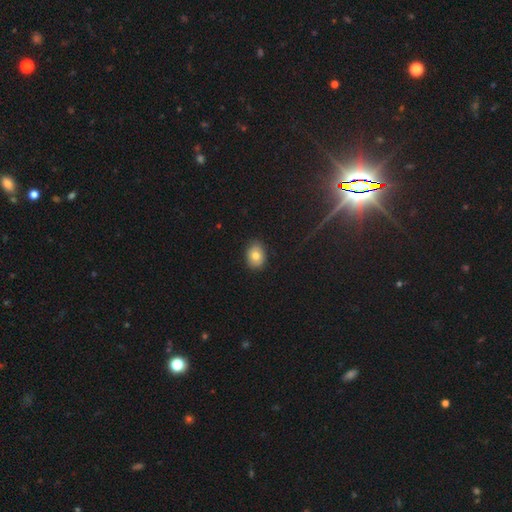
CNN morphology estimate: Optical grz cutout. It shows a smooth galaxy with no disk features (76%) that is in between round and cigar-shaped (67%). Merging: none (84%).